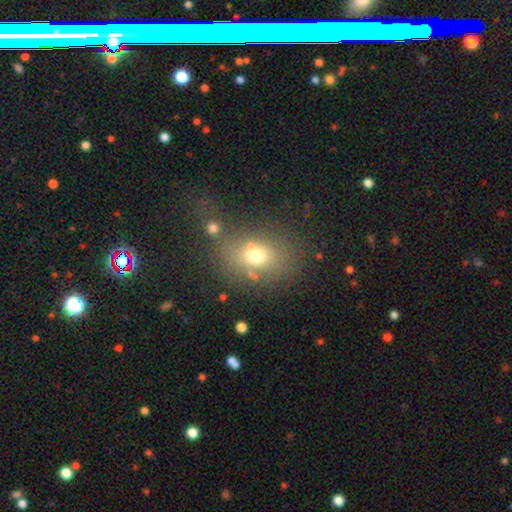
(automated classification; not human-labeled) A smooth galaxy with no disk features (66%) that is in between round and cigar-shaped (60%). Merging: none (55%).